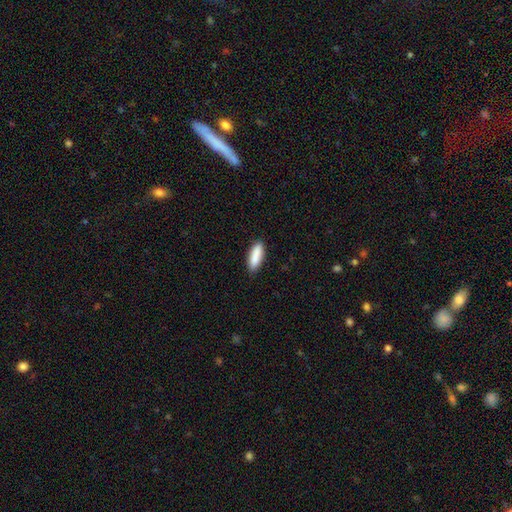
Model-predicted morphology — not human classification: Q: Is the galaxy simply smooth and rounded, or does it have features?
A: smooth — 88%.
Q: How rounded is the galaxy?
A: in between — 58%.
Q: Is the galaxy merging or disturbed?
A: none — 88%.